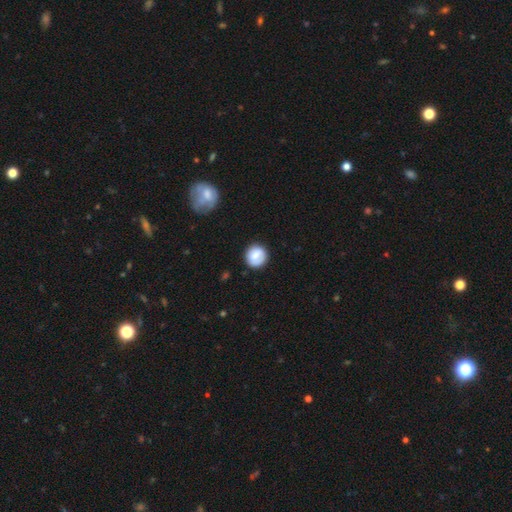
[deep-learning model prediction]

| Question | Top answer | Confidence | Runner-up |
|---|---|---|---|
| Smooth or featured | smooth | 75% | featured or disk (18%) |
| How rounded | round | 90% | in between (9%) |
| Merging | none | 82% | minor disturbance (12%) |